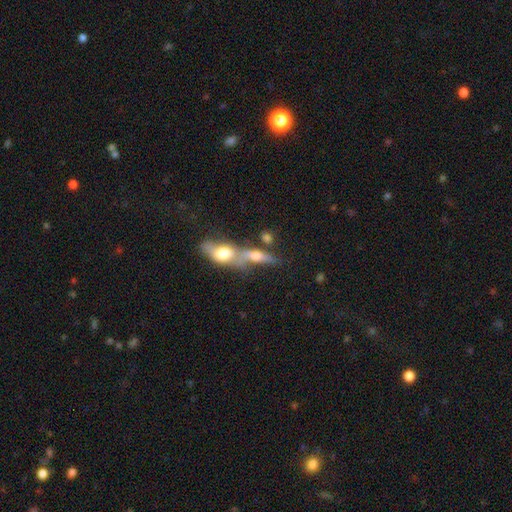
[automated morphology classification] Smooth or featured? smooth (54%)
How rounded? in between (54%)
Merging? merger (63%)